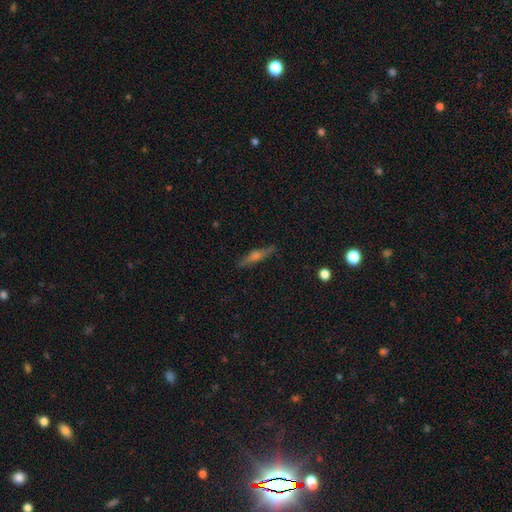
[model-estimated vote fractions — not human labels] Smooth or featured? Predicted: featured or disk (p=0.68). Edge-on disk? Predicted: yes (p=0.96). Edge-on bulge? Predicted: rounded (p=0.85). Merging? Predicted: none (p=0.88).